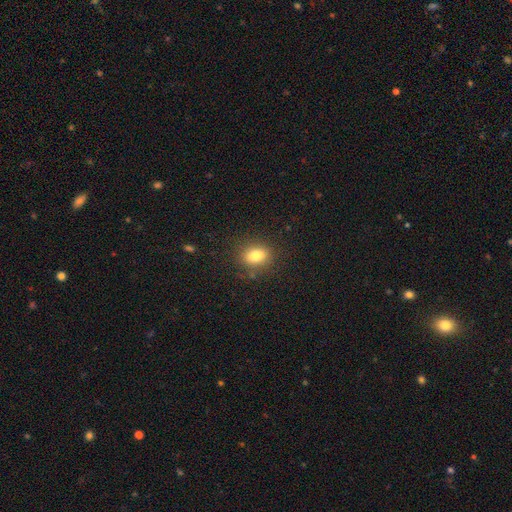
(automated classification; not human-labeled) Morphology: type=smooth (82%); roundness=in between (69%); merging=none (84%).